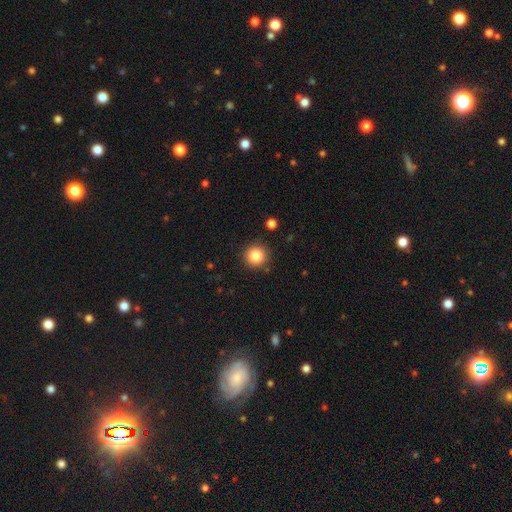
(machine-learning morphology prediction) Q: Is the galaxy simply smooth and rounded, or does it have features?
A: smooth — 84%.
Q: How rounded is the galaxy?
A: round — 94%.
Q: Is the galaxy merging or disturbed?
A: none — 89%.